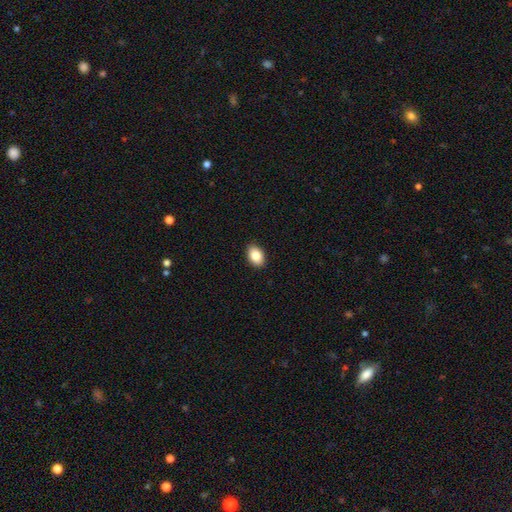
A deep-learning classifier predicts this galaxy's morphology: smooth_or_featured: smooth (p=0.85) [alt: star or artifact p=0.08]
how_rounded: in between (p=0.83) [alt: round p=0.16]
merging: none (p=0.90) [alt: minor disturbance p=0.07]